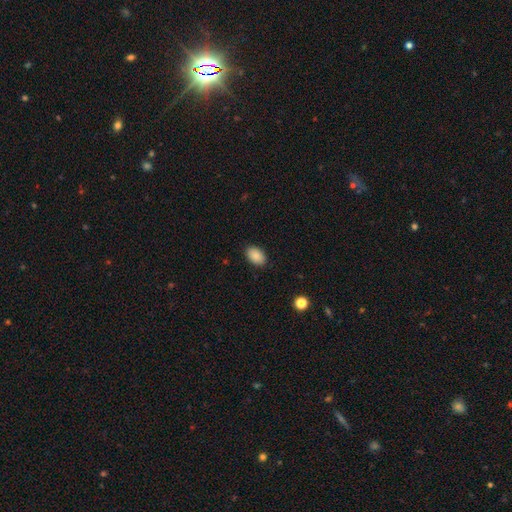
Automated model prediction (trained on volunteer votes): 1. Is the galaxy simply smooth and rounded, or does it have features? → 89% smooth, 8% star or artifact, 4% featured or disk.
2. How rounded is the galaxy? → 89% in between, 10% round, 1% cigar-shaped.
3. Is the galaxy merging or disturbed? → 88% none, 8% minor disturbance, 2% major disturbance, 1% merger.